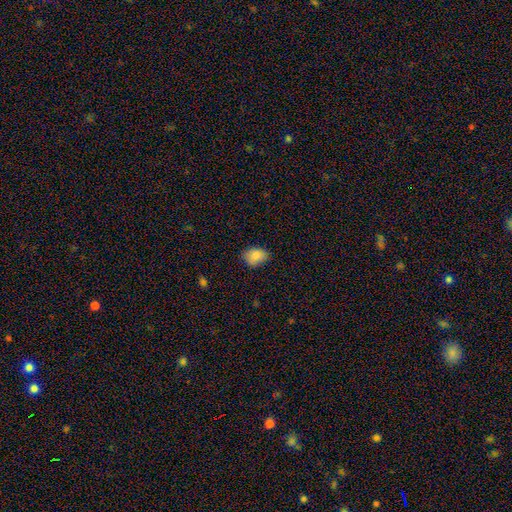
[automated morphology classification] smooth_or_featured: smooth (p=0.85) [alt: star or artifact p=0.08]
how_rounded: in between (p=0.70) [alt: round p=0.29]
merging: none (p=0.75) [alt: minor disturbance p=0.21]